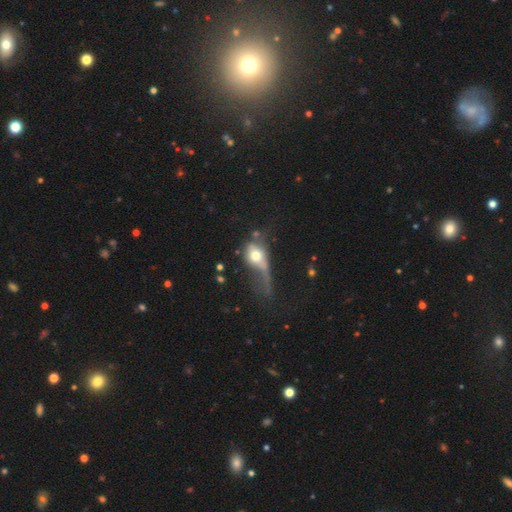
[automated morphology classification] Q: Smooth or featured?
A: smooth (58%); runner-up: featured or disk (32%)
Q: How rounded?
A: in between (58%); runner-up: round (36%)
Q: Merging?
A: major disturbance (56%); runner-up: minor disturbance (17%)